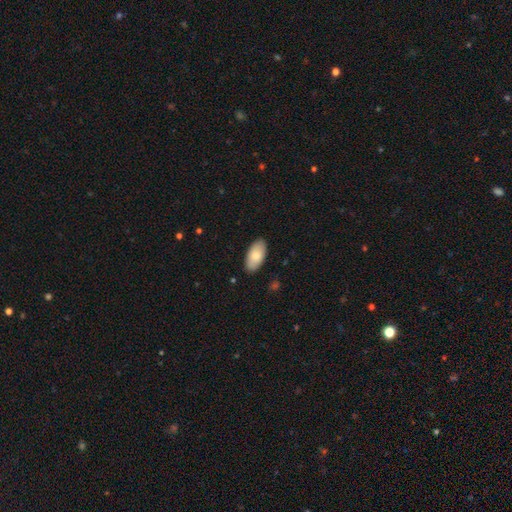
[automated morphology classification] Smooth or featured: smooth — 79% (featured or disk — 16%)
How rounded: in between — 95% (cigar-shaped — 3%)
Merging: none — 88% (minor disturbance — 9%)